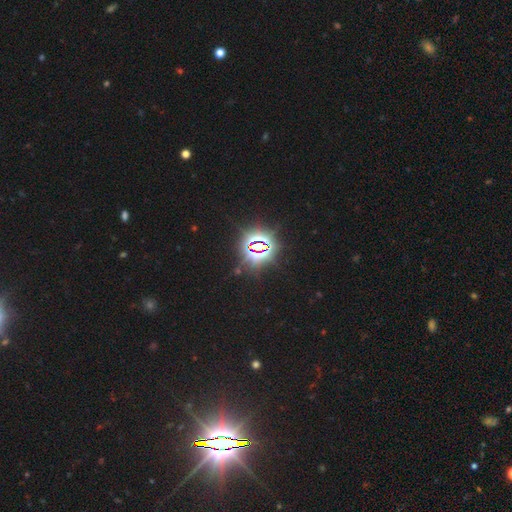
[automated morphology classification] Overall: star or artifact (83%).